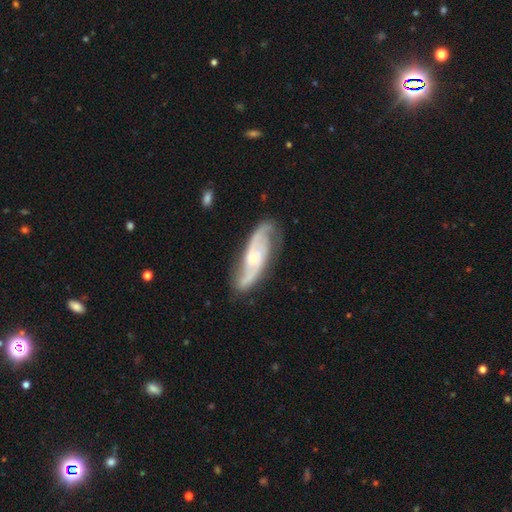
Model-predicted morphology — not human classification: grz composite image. It shows a featured or disk galaxy (83%) with no bar (55%), 2 (82%) medium (45%) spiral arms (95%) and a small central bulge (55%). Merging: none (79%).